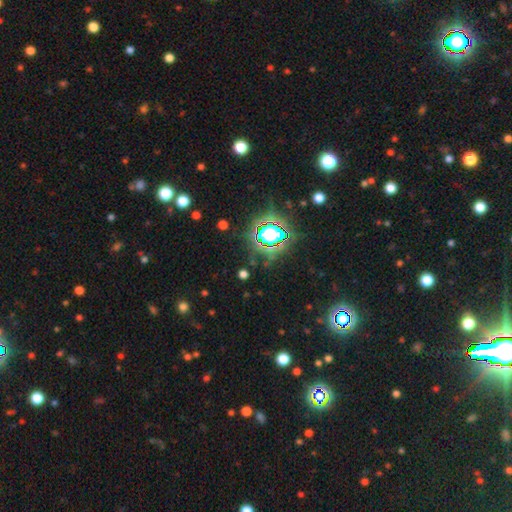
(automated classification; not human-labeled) A star or artifact, not a galaxy (79%).

Vote fractions:
- Smooth or featured? star or artifact: 79% / smooth: 12% / featured or disk: 8%